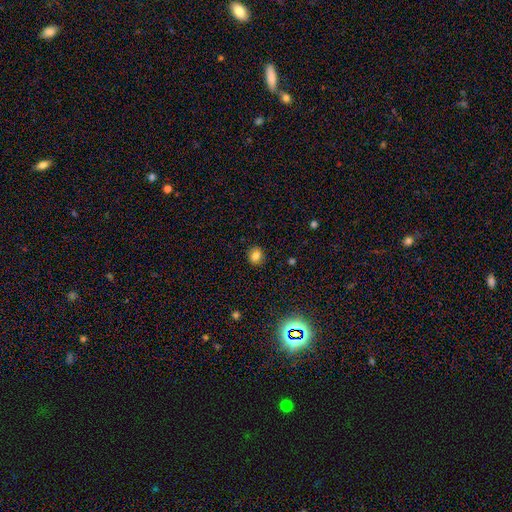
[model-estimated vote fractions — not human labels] smooth-or-featured: smooth: 78% | star or artifact: 14% | featured or disk: 9%
  how-rounded: round: 71% | in between: 28% | cigar-shaped: 1%
  merging: none: 88% | minor disturbance: 8% | major disturbance: 2% | merger: 1%